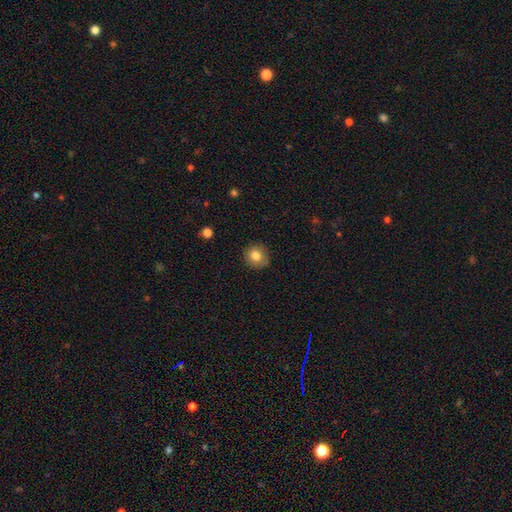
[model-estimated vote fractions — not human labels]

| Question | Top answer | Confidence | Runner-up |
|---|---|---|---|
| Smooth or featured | smooth | 81% | star or artifact (10%) |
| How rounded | round | 89% | in between (10%) |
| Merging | none | 86% | minor disturbance (11%) |